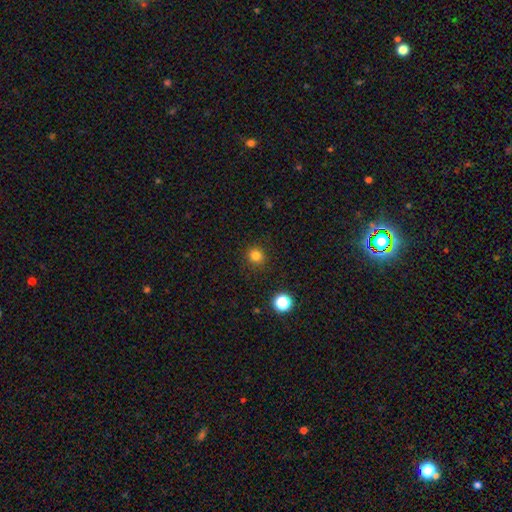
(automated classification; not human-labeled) Smooth or featured? smooth (82%)
How rounded? round (91%)
Merging? none (90%)